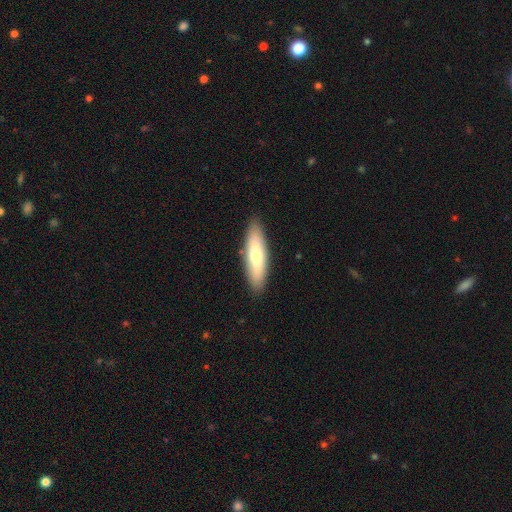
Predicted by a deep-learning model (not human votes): smooth 64%, featured or disk 31%, star or artifact 6%. Down the decision tree: how rounded — cigar-shaped (63%); merging — none (90%).